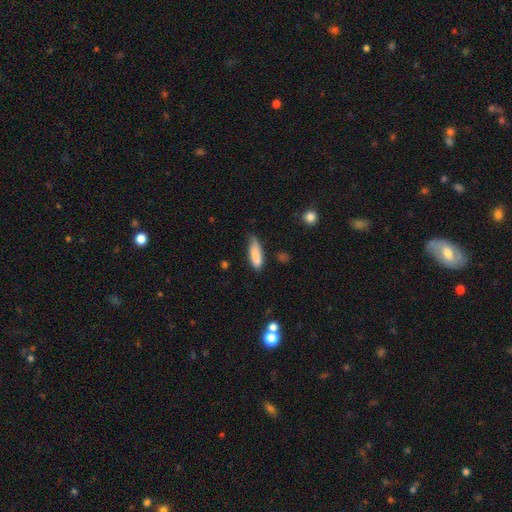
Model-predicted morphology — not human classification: Q: Smooth or featured?
A: smooth (84%); runner-up: featured or disk (9%)
Q: How rounded?
A: in between (50%); runner-up: cigar-shaped (48%)
Q: Merging?
A: none (52%); runner-up: minor disturbance (37%)